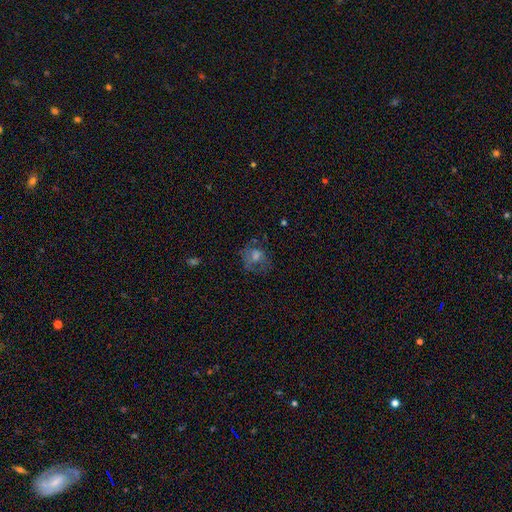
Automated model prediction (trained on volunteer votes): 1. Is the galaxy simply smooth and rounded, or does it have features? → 44% smooth, 34% featured or disk, 22% star or artifact.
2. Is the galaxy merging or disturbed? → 55% none, 22% major disturbance, 20% minor disturbance, 2% merger.